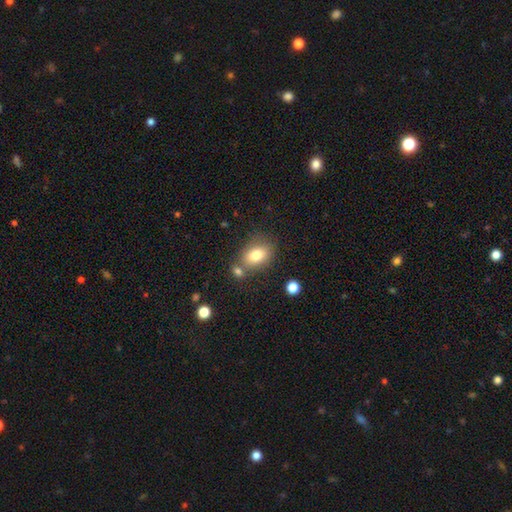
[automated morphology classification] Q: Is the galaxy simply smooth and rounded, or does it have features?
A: smooth — 79%.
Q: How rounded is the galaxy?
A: in between — 77%.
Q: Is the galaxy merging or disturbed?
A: none — 61%.